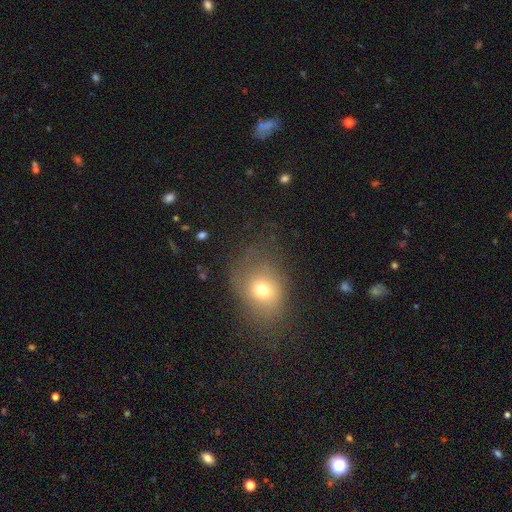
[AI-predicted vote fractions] smooth 61%, star or artifact 20%, featured or disk 19%. Down the decision tree: how rounded — in between (52%); merging — none (65%).